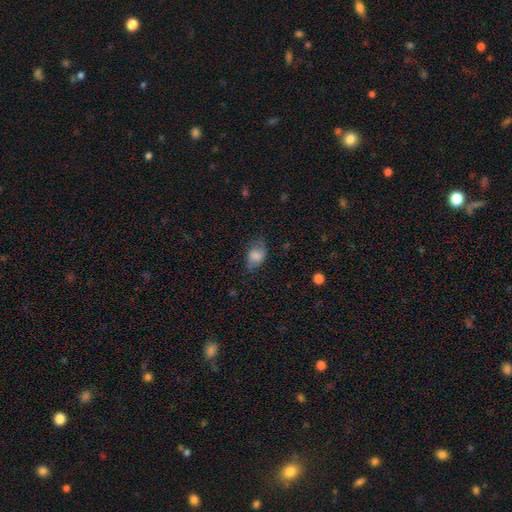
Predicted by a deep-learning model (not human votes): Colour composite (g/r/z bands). It shows a smooth galaxy with no disk features (70%) that is in between round and cigar-shaped (78%). Merging: none (56%).